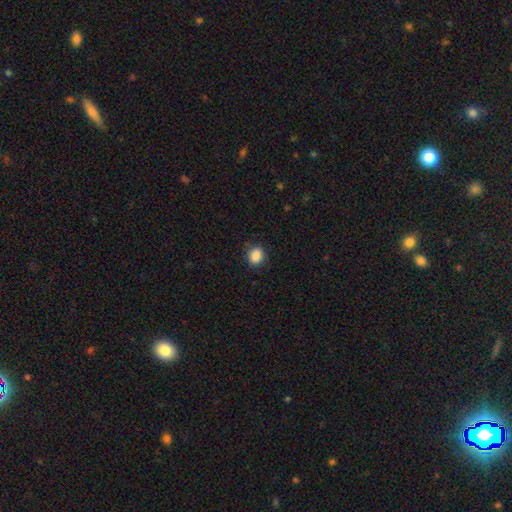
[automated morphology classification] Overall: smooth (88%). How rounded: round (51%; in between 48%). Merging: none (82%).